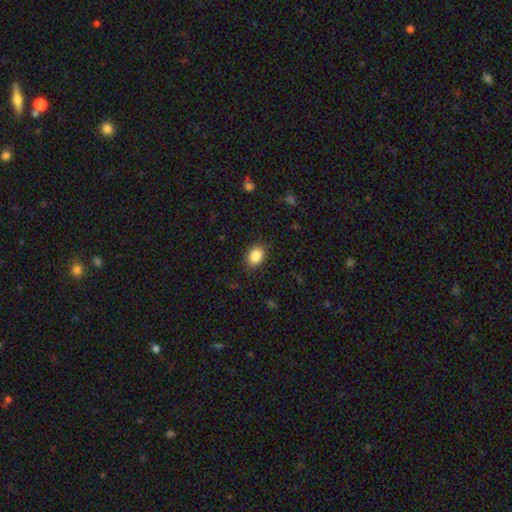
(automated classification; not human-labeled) smooth_or_featured: smooth (p=0.87) [alt: star or artifact p=0.09]
how_rounded: in between (p=0.63) [alt: round p=0.36]
merging: none (p=0.86) [alt: minor disturbance p=0.10]